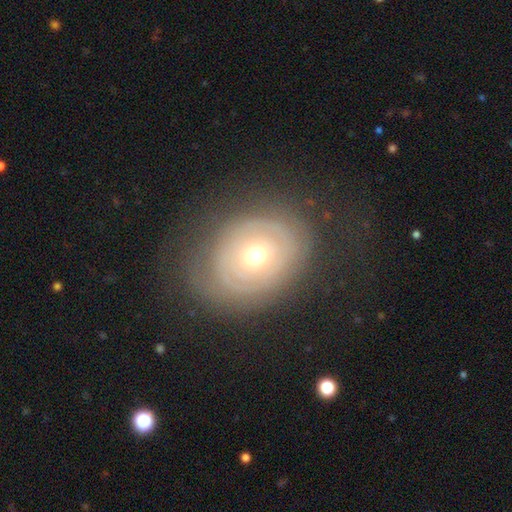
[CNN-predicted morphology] type=featured or disk (66%); edge-on=no (95%); bar=no (88%); spiral arms=no (51%); bulge=moderate (60%); merging=none (75%).